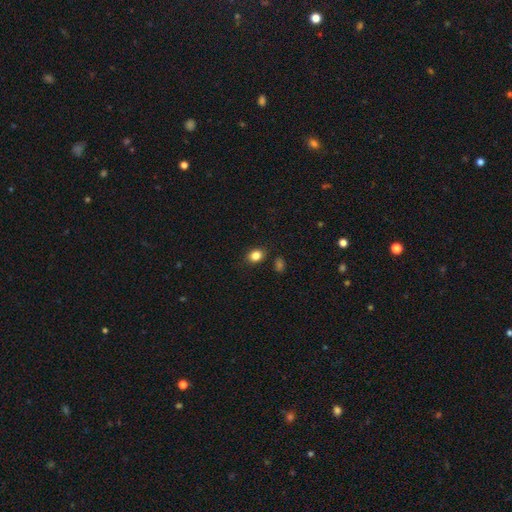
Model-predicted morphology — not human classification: smooth 84%, star or artifact 11%, featured or disk 5%. Down the decision tree: how rounded — in between (53%); merging — none (85%).